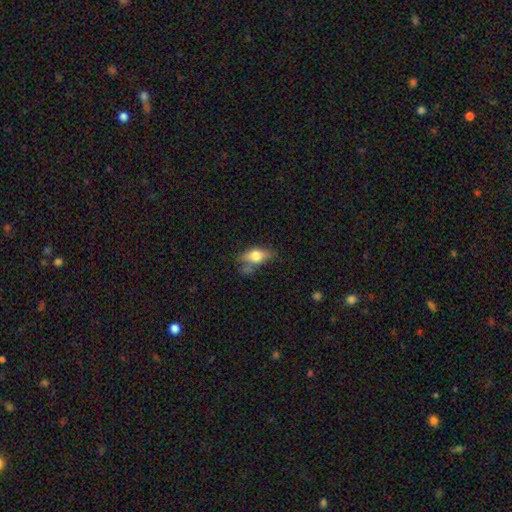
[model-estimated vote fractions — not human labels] Morphology: type=smooth (67%); roundness=in between (79%); merging=none (51%).